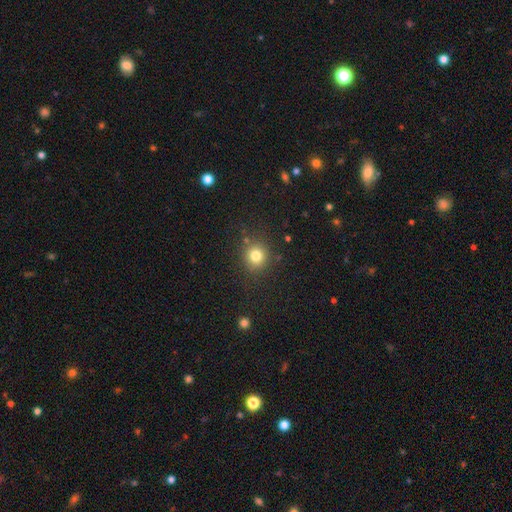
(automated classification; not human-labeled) Smooth or featured: smooth — 80% (star or artifact — 13%)
How rounded: round — 88% (in between — 11%)
Merging: none — 84% (minor disturbance — 9%)